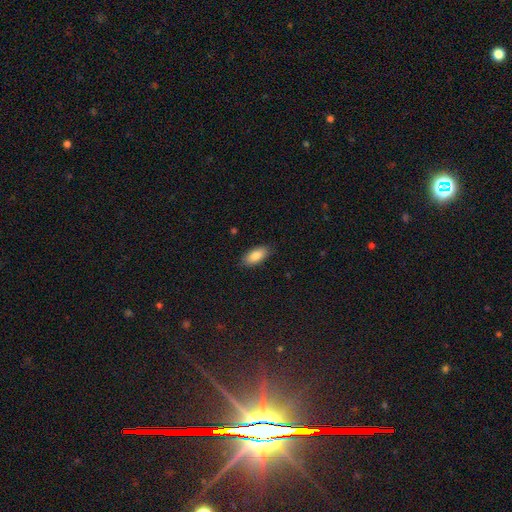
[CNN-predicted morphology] Overall: smooth (86%). How rounded: in between (90%). Merging: none (86%).